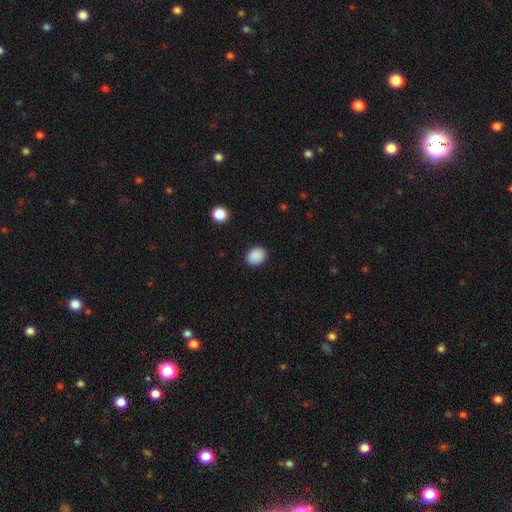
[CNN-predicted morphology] Smooth or featured?
  - smooth: 89% *
  - star or artifact: 9%
  - featured or disk: 3%
How rounded?
  - in between: 54% *
  - round: 45%
  - cigar-shaped: 1%
Merging?
  - none: 89% *
  - minor disturbance: 8%
  - major disturbance: 2%
  - merger: 1%